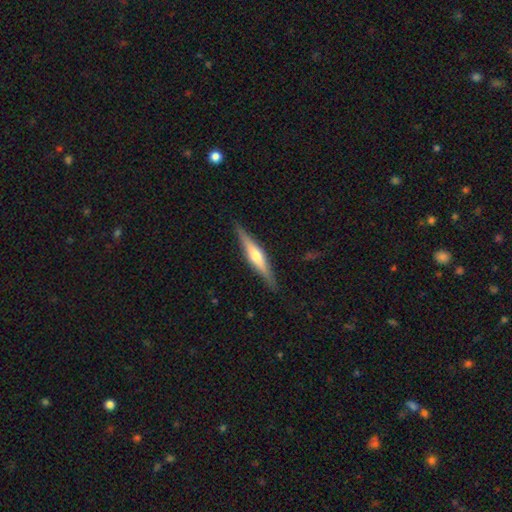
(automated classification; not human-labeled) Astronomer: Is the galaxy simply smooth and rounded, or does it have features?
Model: featured or disk — 64%.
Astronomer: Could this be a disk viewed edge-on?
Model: yes — 97%.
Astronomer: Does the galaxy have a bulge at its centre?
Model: rounded — 85%.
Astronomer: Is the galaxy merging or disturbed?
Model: none — 89%.